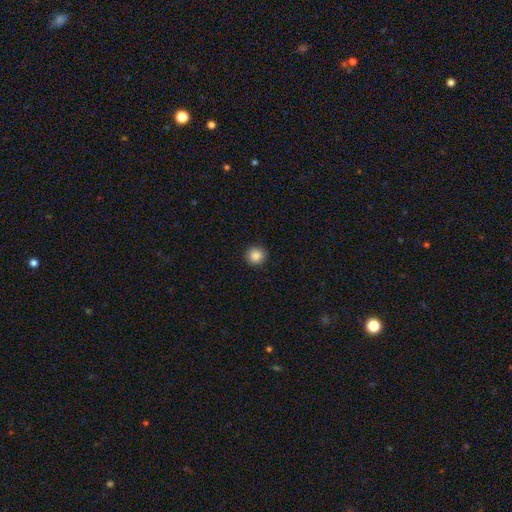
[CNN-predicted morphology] type=smooth (88%); roundness=round (94%); merging=none (92%).